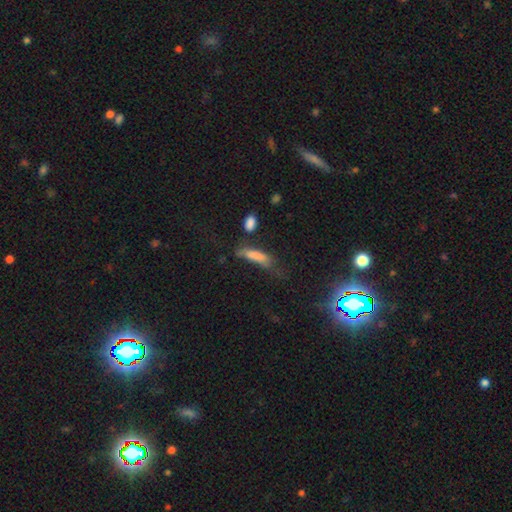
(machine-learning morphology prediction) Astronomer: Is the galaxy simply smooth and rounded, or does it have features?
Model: smooth — 77%.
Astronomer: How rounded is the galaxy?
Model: cigar-shaped — 59% (runner-up: in between, 38%).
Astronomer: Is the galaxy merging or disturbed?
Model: none — 36% (runner-up: minor disturbance, 28%).